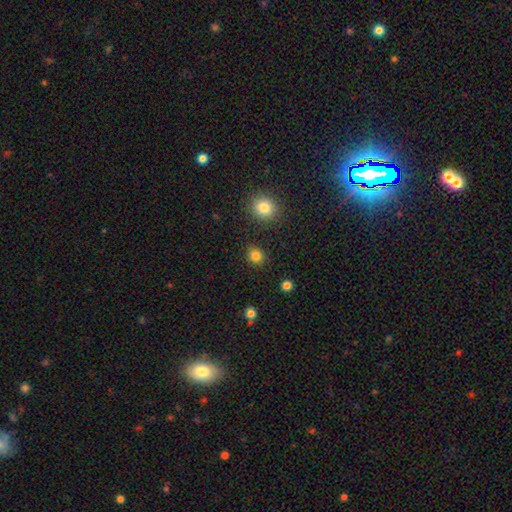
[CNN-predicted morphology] This appears to be a smooth galaxy with no disk features (83%) that is round (81%). Merging: none (89%).